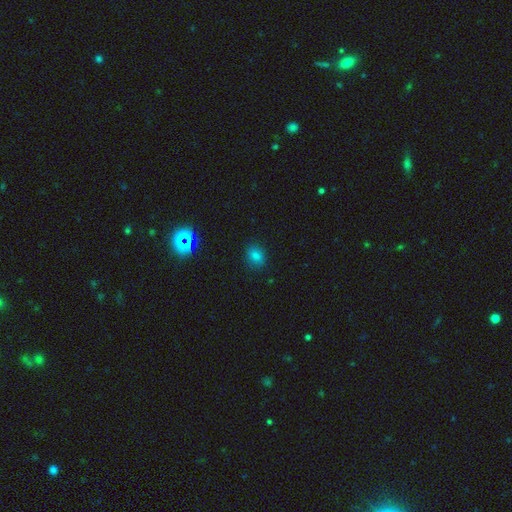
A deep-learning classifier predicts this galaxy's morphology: smooth 77%, star or artifact 17%, featured or disk 6%. Down the decision tree: how rounded — in between (55%); merging — none (86%).